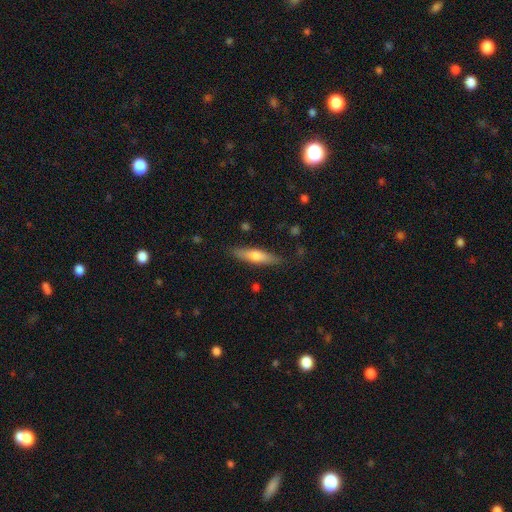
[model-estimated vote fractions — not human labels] Smooth or featured? smooth (62%)
How rounded? cigar-shaped (75%)
Merging? none (85%)